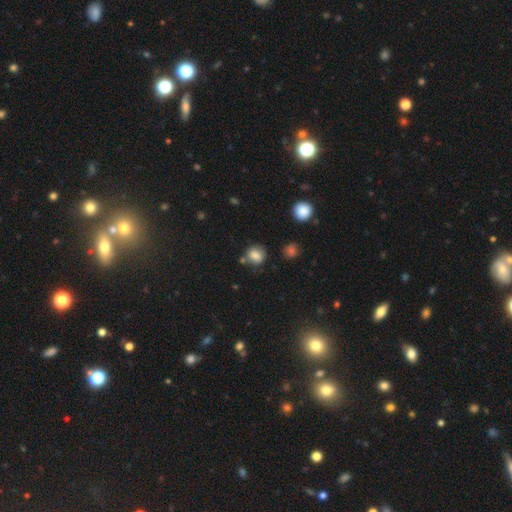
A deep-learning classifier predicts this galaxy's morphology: The model was most divided on "how rounded": round: 68%, in between: 31%, cigar-shaped: 1%. More confident: smooth or featured — smooth (81%); merging — none (65%).